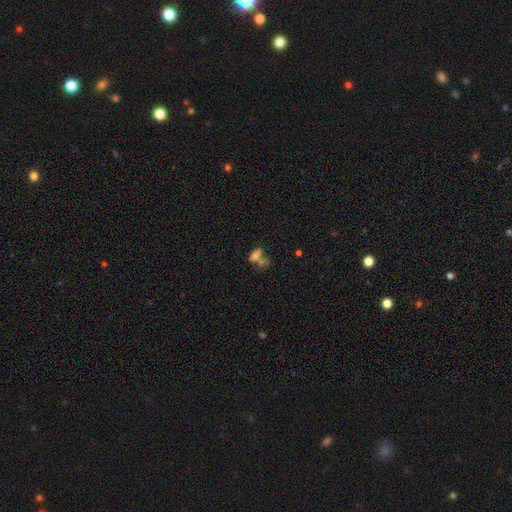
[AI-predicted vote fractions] Smooth or featured: smooth — 66% (featured or disk — 20%)
How rounded: in between — 81% (round — 15%)
Merging: merger — 53% (none — 25%)